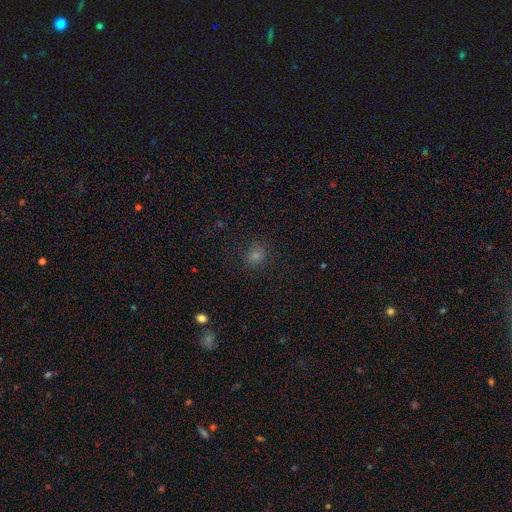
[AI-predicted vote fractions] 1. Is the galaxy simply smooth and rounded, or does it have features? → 72% smooth, 22% star or artifact, 6% featured or disk.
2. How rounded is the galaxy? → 82% round, 17% in between, 1% cigar-shaped.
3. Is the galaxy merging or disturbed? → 88% none, 8% minor disturbance, 3% major disturbance, 1% merger.